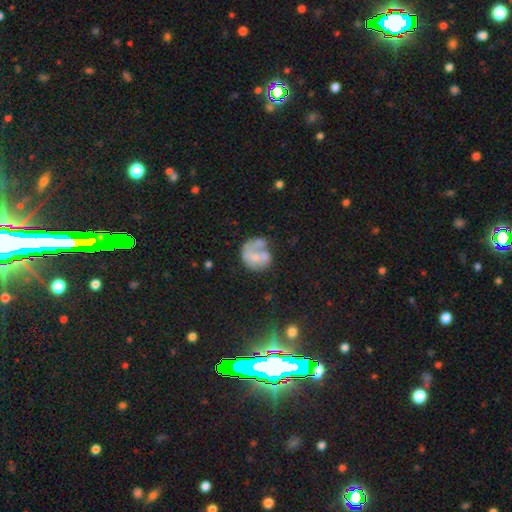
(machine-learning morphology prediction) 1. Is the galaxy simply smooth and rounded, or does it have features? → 49% smooth, 41% featured or disk, 9% star or artifact.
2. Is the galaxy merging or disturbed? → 30% merger, 29% none, 21% major disturbance, 20% minor disturbance.